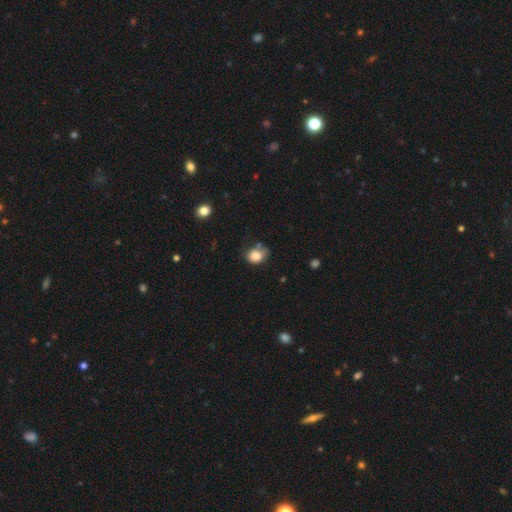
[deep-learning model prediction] Smooth or featured? Predicted: smooth (p=0.83). How rounded? Predicted: round (p=0.53). Merging? Predicted: none (p=0.53).